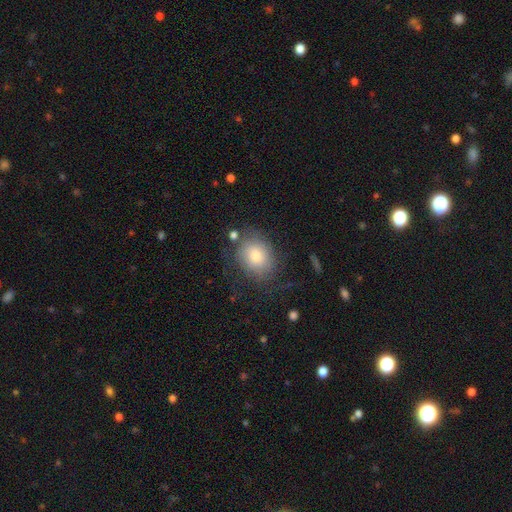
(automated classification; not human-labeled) Smooth or featured: smooth — 64% (featured or disk — 27%)
How rounded: round — 52% (in between — 47%)
Merging: none — 64% (minor disturbance — 21%)